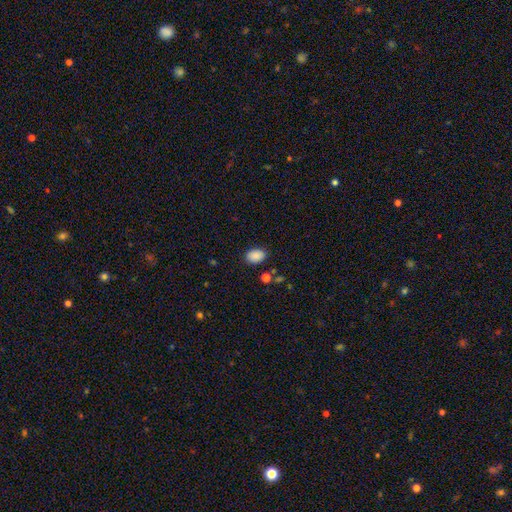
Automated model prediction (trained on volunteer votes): smooth-or-featured: smooth: 89% | star or artifact: 8% | featured or disk: 3%
  how-rounded: in between: 83% | round: 16% | cigar-shaped: 1%
  merging: none: 86% | minor disturbance: 9% | major disturbance: 3% | merger: 2%